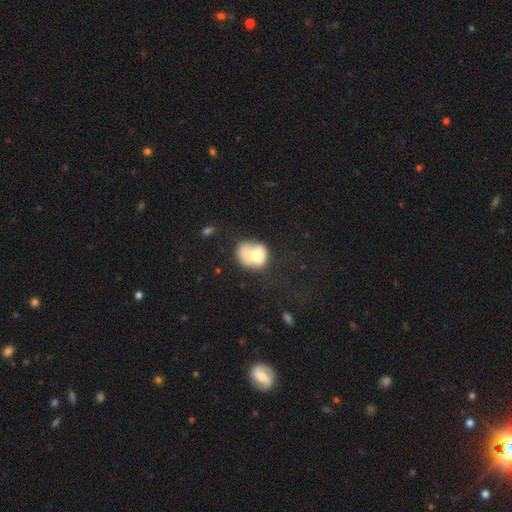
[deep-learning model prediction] smooth 59%, featured or disk 32%, star or artifact 9%. Down the decision tree: how rounded — round (56%); merging — none (33%).